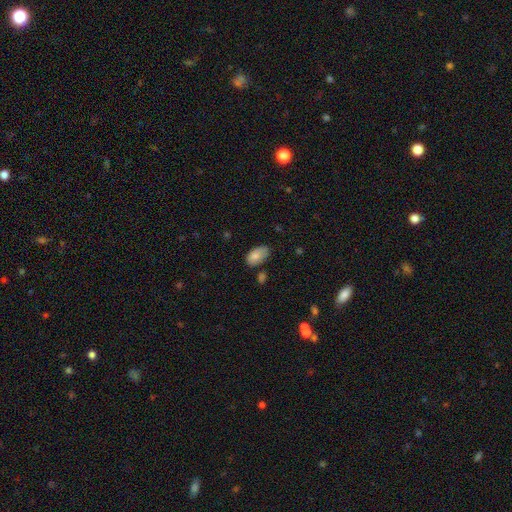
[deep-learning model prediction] Smooth or featured: smooth — 80% (featured or disk — 13%)
How rounded: in between — 93% (round — 6%)
Merging: none — 58% (minor disturbance — 31%)